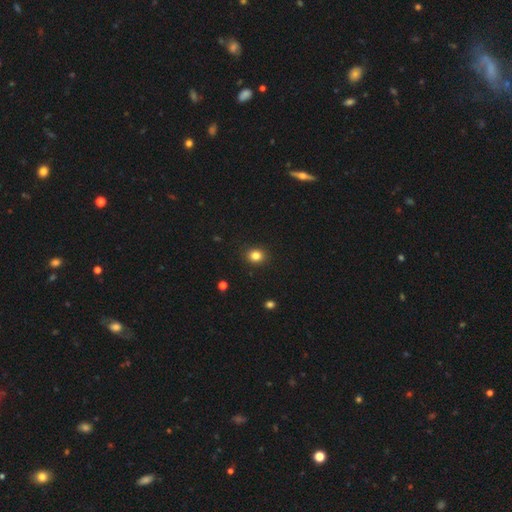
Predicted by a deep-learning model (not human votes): The model was most divided on "how rounded": round: 73%, in between: 26%, cigar-shaped: 1%. More confident: merging — none (90%); smooth or featured — smooth (83%).